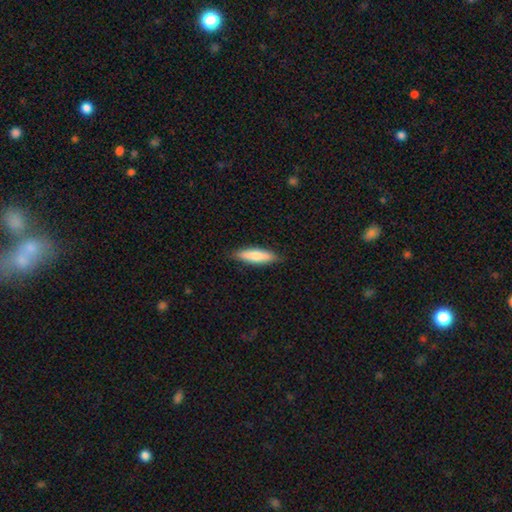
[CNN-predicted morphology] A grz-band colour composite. It shows a smooth galaxy with no disk features (77%) that is cigar-shaped (66%). Merging: none (87%).